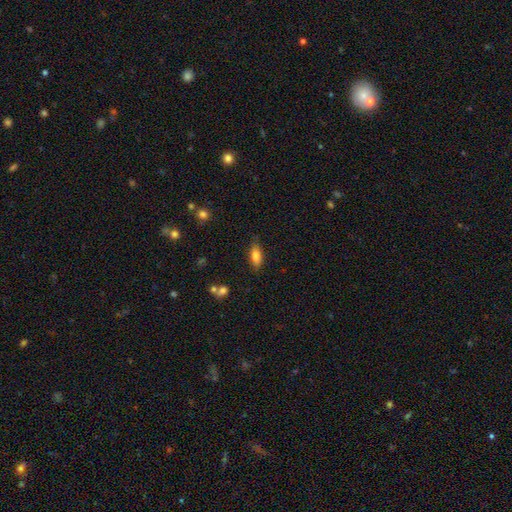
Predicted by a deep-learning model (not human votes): Smooth or featured? Predicted: smooth (p=0.81). How rounded? Predicted: in between (p=0.80). Merging? Predicted: none (p=0.81).